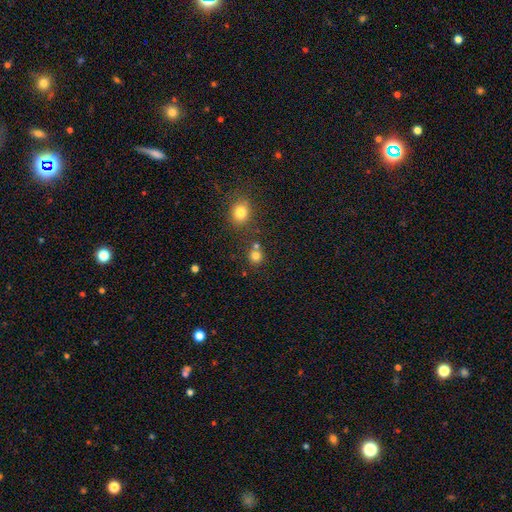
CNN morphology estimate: smooth 78%, star or artifact 15%, featured or disk 7%. Down the decision tree: how rounded — round (88%); merging — none (69%).